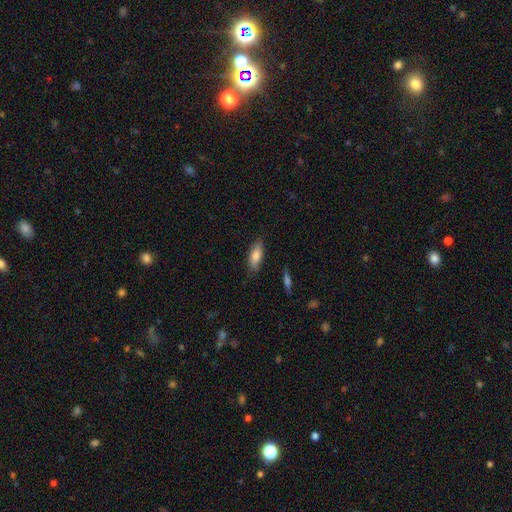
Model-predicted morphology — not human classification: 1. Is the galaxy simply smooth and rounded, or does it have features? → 80% smooth, 13% featured or disk, 7% star or artifact.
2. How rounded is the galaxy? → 72% in between, 26% cigar-shaped, 2% round.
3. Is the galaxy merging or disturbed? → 79% none, 16% minor disturbance, 3% major disturbance, 2% merger.